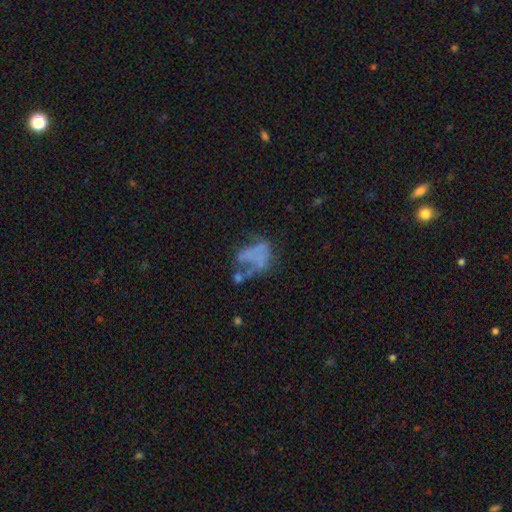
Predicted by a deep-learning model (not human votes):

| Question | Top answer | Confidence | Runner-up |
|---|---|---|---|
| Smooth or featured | featured or disk | 48% | smooth (36%) |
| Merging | major disturbance | 39% | none (26%) |